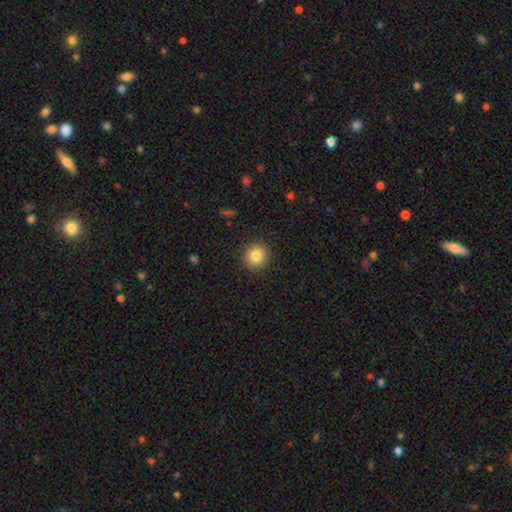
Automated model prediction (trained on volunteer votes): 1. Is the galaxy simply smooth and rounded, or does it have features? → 84% smooth, 10% star or artifact, 6% featured or disk.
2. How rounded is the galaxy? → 91% round, 8% in between, 1% cigar-shaped.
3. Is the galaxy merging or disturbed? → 91% none, 6% minor disturbance, 2% major disturbance, 1% merger.